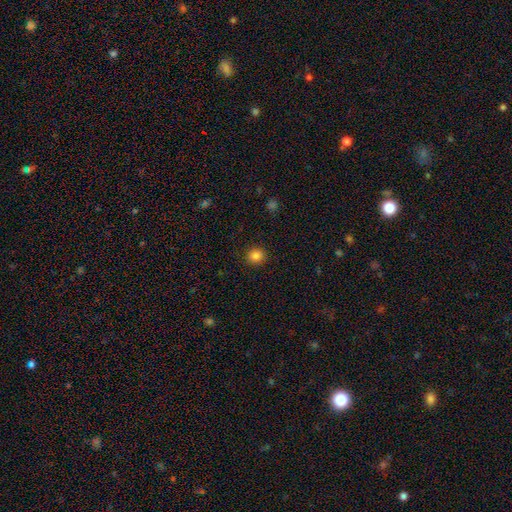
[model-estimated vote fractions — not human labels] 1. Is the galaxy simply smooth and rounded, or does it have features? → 85% smooth, 11% star or artifact, 4% featured or disk.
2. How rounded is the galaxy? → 86% round, 13% in between, 1% cigar-shaped.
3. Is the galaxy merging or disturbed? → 91% none, 6% minor disturbance, 2% major disturbance, 1% merger.